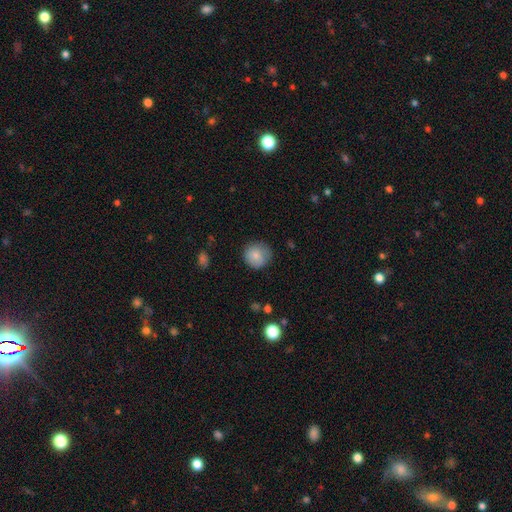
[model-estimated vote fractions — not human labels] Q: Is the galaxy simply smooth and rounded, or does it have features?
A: smooth — 83%.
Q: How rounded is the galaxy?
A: round — 92%.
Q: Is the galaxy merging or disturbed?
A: none — 81%.